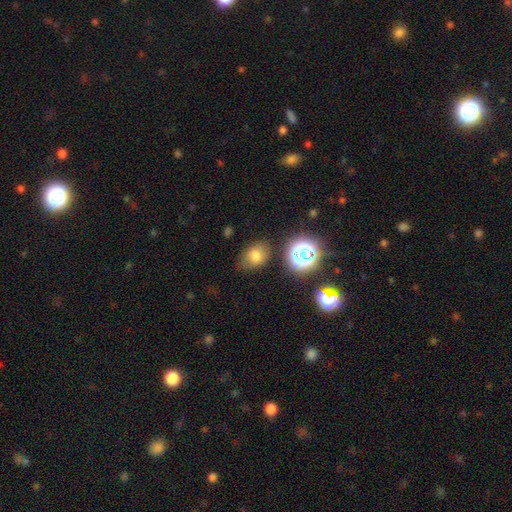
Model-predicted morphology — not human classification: A smooth galaxy with no disk features (73%) that is in between round and cigar-shaped (59%).

Vote fractions:
- Smooth or featured? smooth: 73% / star or artifact: 17% / featured or disk: 9%
- How rounded? in between: 59% / round: 40% / cigar-shaped: 1%
- Merging? none: 70% / minor disturbance: 19% / major disturbance: 6% / merger: 5%